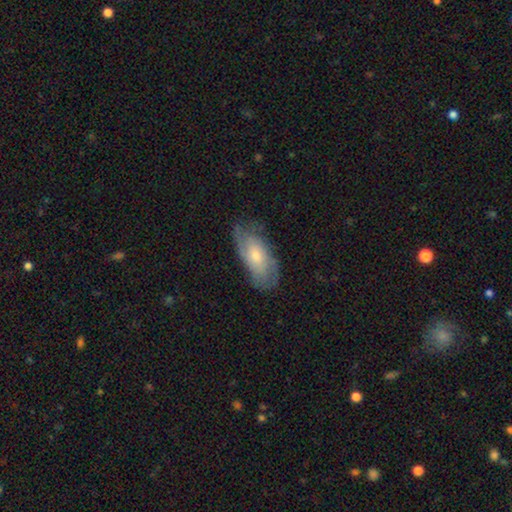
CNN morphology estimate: A featured or disk galaxy (55%). Merging: none (67%).